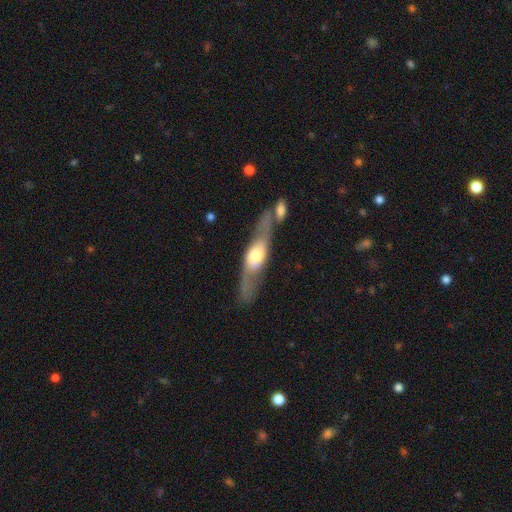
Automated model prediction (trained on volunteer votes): Smooth or featured? featured or disk (64%)
Edge-on disk? yes (61%)
Merging? none (53%)